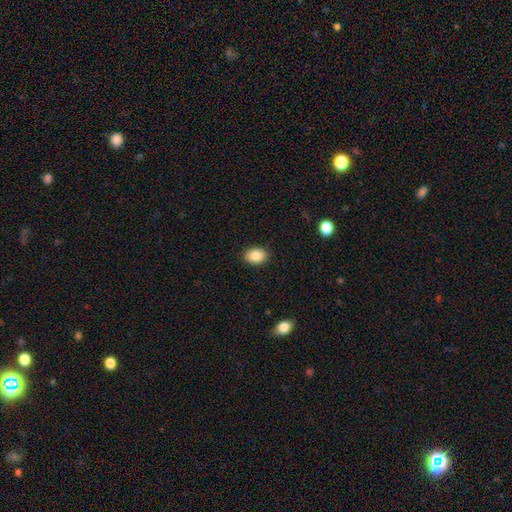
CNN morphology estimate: type=smooth (85%); roundness=in between (72%); merging=none (89%).